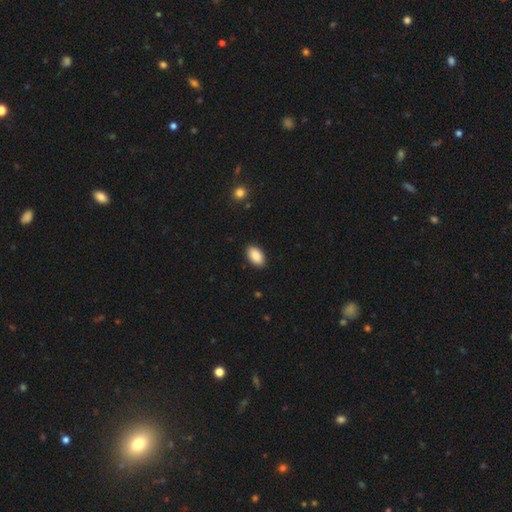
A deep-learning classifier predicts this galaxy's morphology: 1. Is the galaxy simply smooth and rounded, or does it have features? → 89% smooth, 7% star or artifact, 4% featured or disk.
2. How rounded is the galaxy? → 94% in between, 5% round, 1% cigar-shaped.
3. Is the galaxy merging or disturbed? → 90% none, 7% minor disturbance, 2% major disturbance, 1% merger.